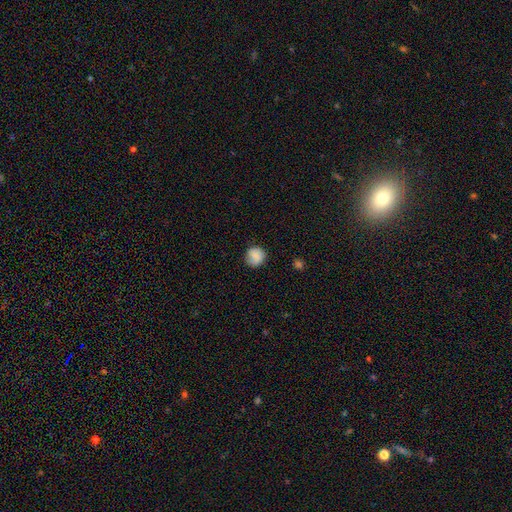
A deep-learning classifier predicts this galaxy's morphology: Smooth or featured? Predicted: smooth (p=0.82). How rounded? Predicted: round (p=0.87). Merging? Predicted: none (p=0.78).